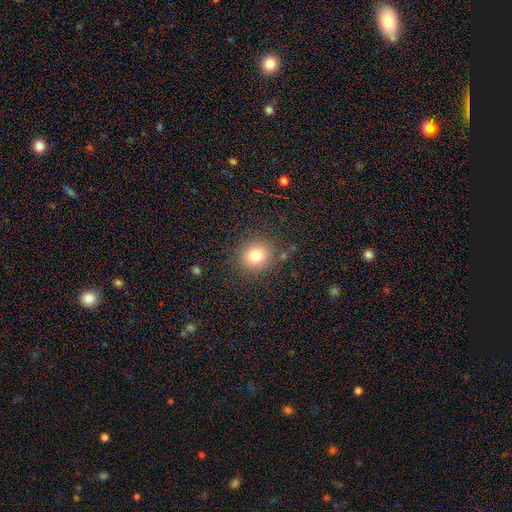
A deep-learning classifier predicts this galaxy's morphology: Q: Smooth or featured?
A: smooth (78%); runner-up: star or artifact (13%)
Q: How rounded?
A: round (84%); runner-up: in between (15%)
Q: Merging?
A: none (85%); runner-up: minor disturbance (9%)